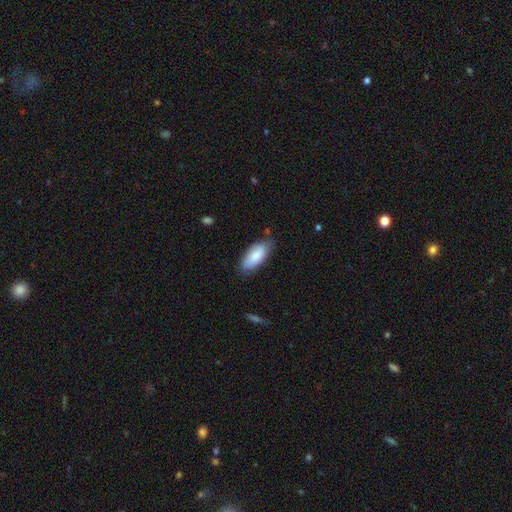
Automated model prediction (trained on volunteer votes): Smooth or featured? smooth (83%)
How rounded? in between (86%)
Merging? none (75%)